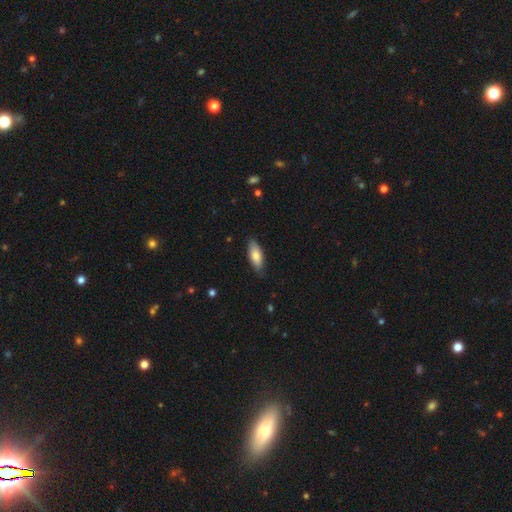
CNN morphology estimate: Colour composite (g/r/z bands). It shows a smooth galaxy with no disk features (78%) that is in between round and cigar-shaped (79%). Merging: none (82%).